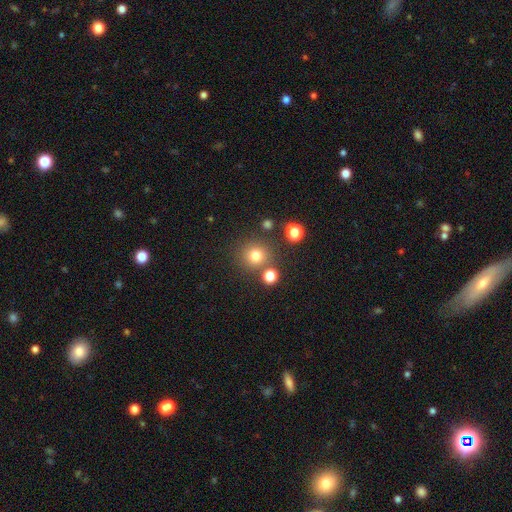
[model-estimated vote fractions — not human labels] Smooth or featured: smooth — 76% (star or artifact — 17%)
How rounded: round — 93% (in between — 6%)
Merging: none — 80% (merger — 8%)